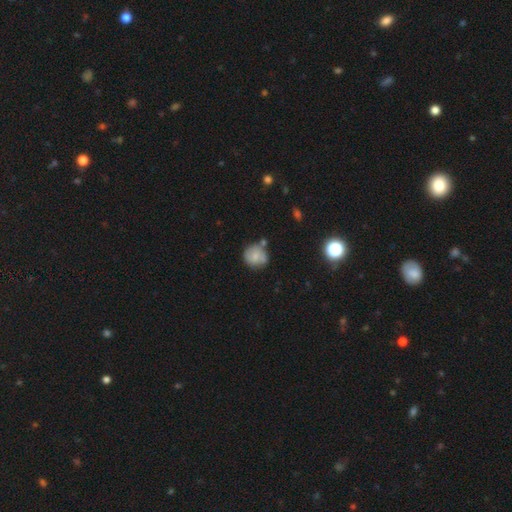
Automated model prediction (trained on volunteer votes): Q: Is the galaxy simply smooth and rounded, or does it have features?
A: smooth — 67%.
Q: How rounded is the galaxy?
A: round — 85%.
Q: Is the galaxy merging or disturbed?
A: none — 62%.